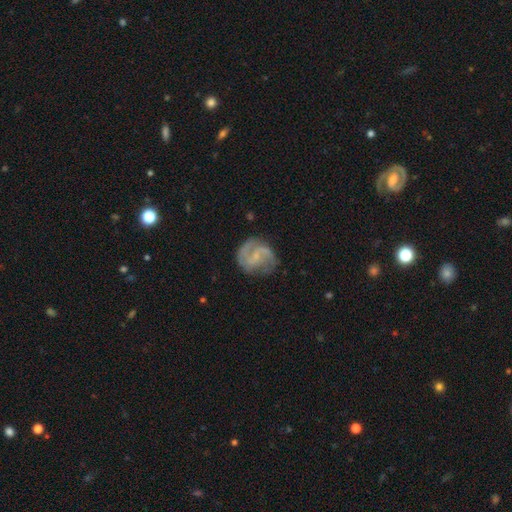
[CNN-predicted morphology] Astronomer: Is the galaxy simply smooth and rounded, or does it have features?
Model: featured or disk — 82%.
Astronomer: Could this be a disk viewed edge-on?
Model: no — 98%.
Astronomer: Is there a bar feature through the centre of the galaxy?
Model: weak — 50% (runner-up: no, 37%).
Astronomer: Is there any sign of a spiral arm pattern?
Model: yes — 94%.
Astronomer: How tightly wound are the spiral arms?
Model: medium — 52%.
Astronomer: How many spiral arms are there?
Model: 2 — 78%.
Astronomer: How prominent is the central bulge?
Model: small — 63%.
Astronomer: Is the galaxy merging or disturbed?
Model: none — 69%.